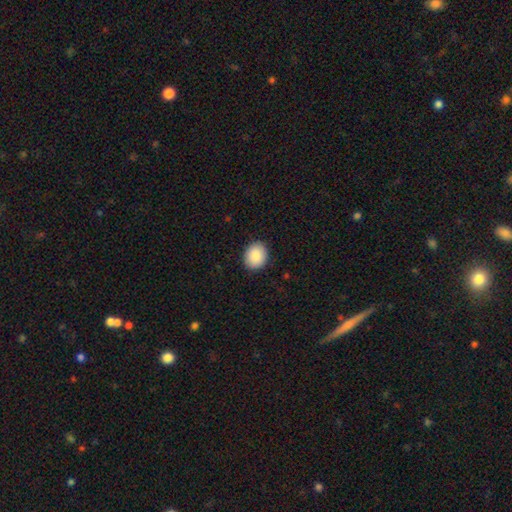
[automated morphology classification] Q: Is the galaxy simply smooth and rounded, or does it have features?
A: smooth — 89%.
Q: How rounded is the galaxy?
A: round — 54%.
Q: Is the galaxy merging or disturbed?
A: none — 89%.